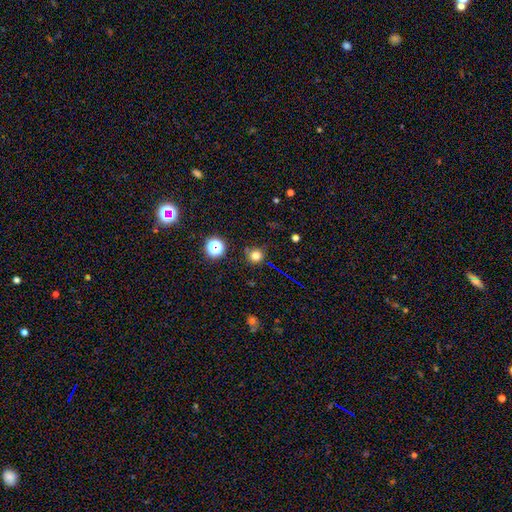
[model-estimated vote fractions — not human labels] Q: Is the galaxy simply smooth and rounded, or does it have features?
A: smooth — 73%.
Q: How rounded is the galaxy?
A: round — 92%.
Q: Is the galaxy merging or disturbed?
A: none — 80%.